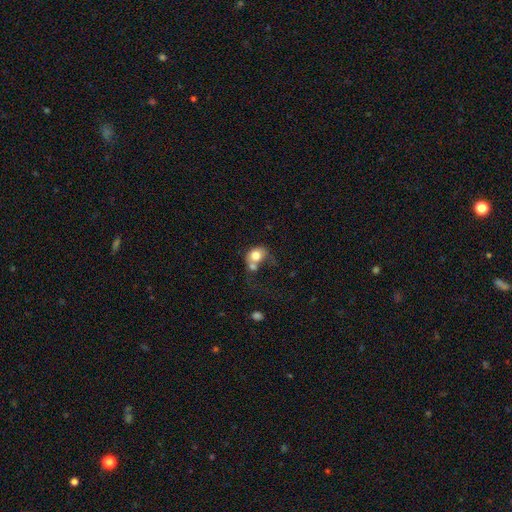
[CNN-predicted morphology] type=smooth (73%); roundness=round (52%); merging=merger (45%).